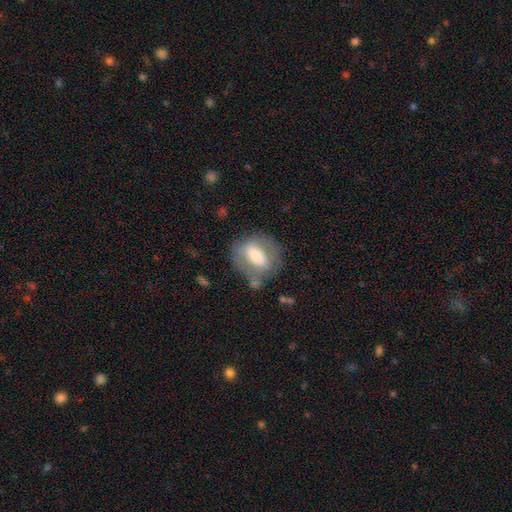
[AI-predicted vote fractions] A smooth galaxy with no disk features (47%).

Vote fractions:
- Smooth or featured? smooth: 47% / featured or disk: 46% / star or artifact: 7%
- Merging? none: 65% / minor disturbance: 19% / major disturbance: 11% / merger: 5%